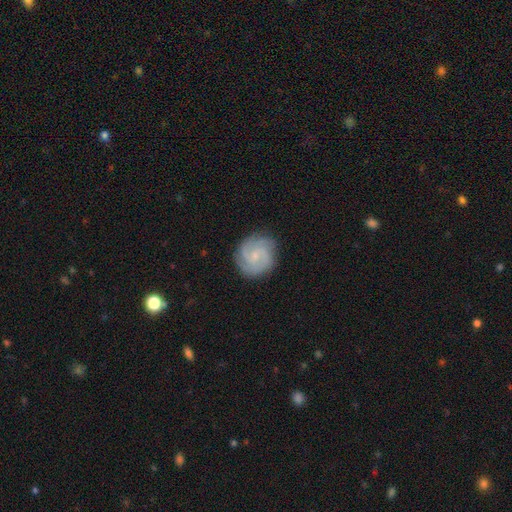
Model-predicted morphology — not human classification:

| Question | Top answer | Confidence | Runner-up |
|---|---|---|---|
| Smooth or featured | featured or disk | 76% | smooth (18%) |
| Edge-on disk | no | 98% | yes (2%) |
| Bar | no | 60% | weak (36%) |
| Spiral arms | yes | 96% | no (4%) |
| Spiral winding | tight | 54% | medium (37%) |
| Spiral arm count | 3 | 41% | 2 (20%) |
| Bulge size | small | 72% | moderate (18%) |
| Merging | none | 82% | minor disturbance (13%) |